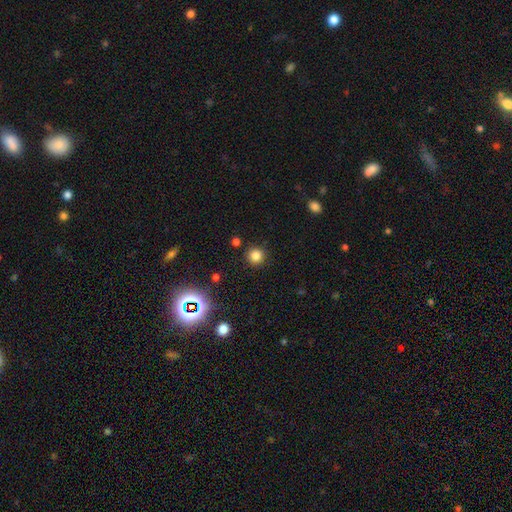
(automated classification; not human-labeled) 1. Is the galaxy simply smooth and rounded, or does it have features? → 80% smooth, 15% star or artifact, 5% featured or disk.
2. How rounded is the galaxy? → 94% round, 5% in between, 1% cigar-shaped.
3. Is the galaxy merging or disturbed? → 89% none, 6% minor disturbance, 2% merger, 2% major disturbance.